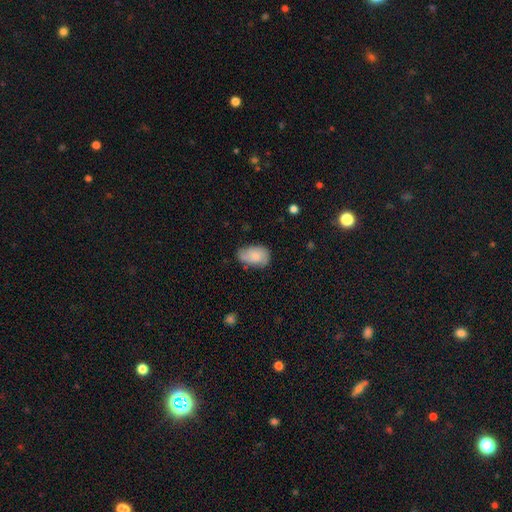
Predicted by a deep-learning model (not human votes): A smooth galaxy with no disk features (71%) that is in between round and cigar-shaped (89%).

Vote fractions:
- Smooth or featured? smooth: 71% / featured or disk: 22% / star or artifact: 7%
- How rounded? in between: 89% / round: 9% / cigar-shaped: 2%
- Merging? none: 54% / minor disturbance: 34% / major disturbance: 9% / merger: 3%